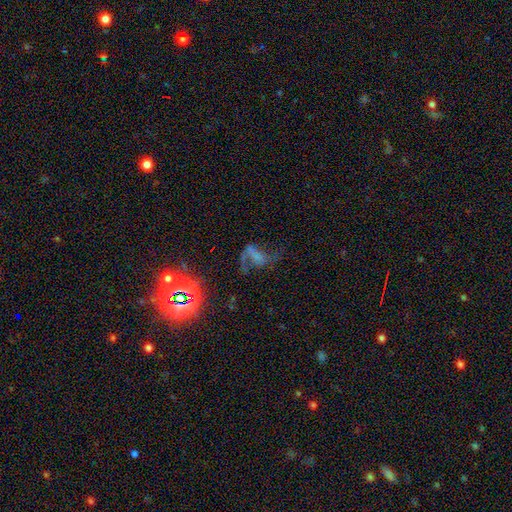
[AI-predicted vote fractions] Overall: featured or disk (48%; star or artifact 28%). Merging: major disturbance (45%; none 31%).